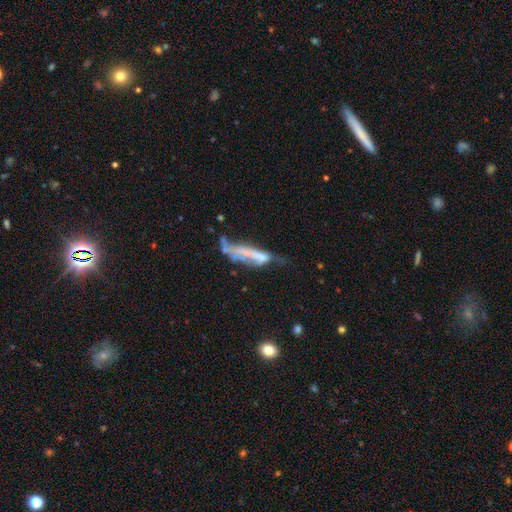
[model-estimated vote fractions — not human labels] smooth-or-featured: featured or disk: 51% | smooth: 37% | star or artifact: 12%
  disk-edge-on: no: 62% | yes: 38%
  merging: major disturbance: 37% | none: 21% | merger: 21% | minor disturbance: 20%